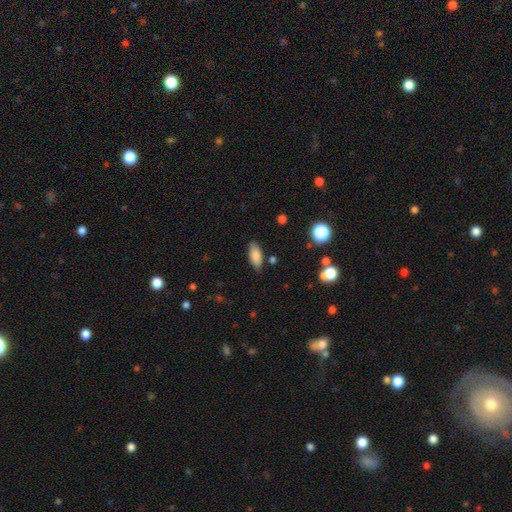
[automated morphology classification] This is clearly a smooth galaxy (84%). How rounded: clearly in between (82%). Merging: clearly none (81%).